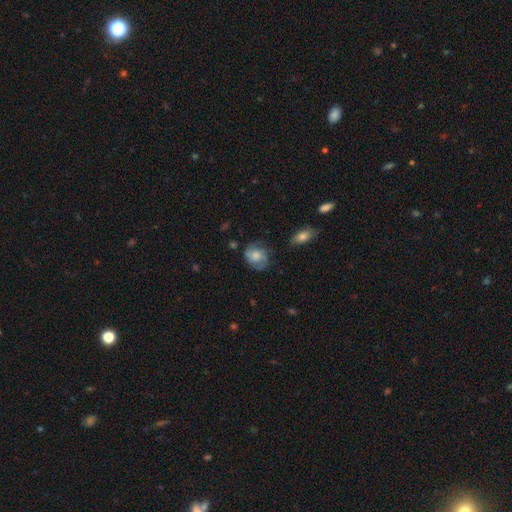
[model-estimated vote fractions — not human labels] smooth-or-featured: smooth: 47% | featured or disk: 45% | star or artifact: 8%
  merging: none: 62% | minor disturbance: 25% | major disturbance: 11% | merger: 2%